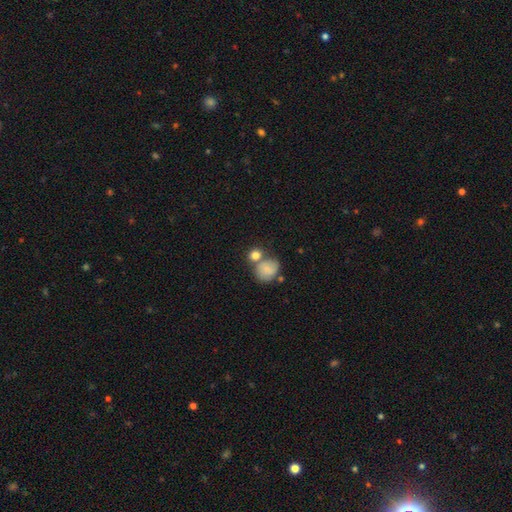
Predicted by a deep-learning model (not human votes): Overall: smooth (80%). How rounded: round (77%). Merging: none (45%; merger 38%).